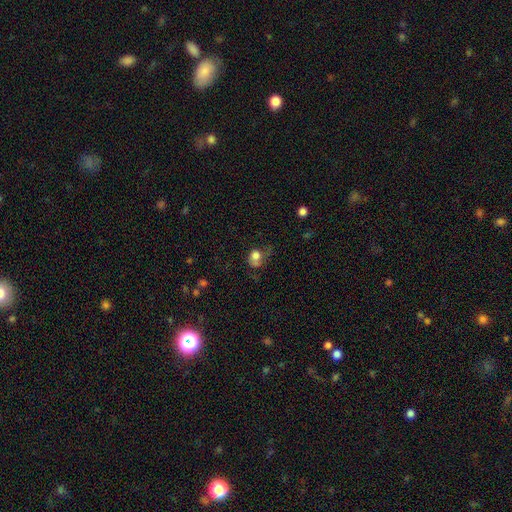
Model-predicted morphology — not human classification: smooth_or_featured: smooth (p=0.74) [alt: featured or disk p=0.15]
how_rounded: round (p=0.59) [alt: in between p=0.40]
merging: major disturbance (p=0.34) [alt: none p=0.33]